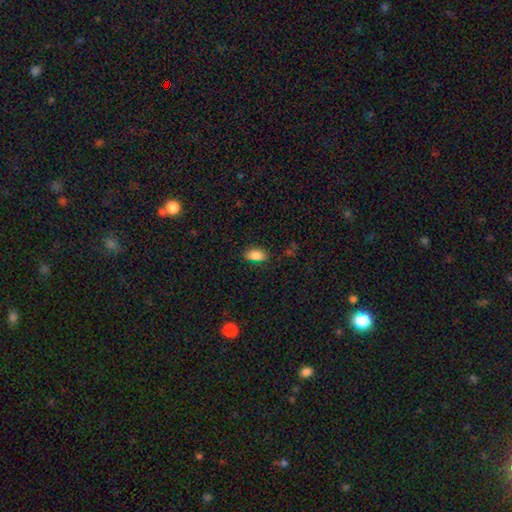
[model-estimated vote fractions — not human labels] Overall: smooth (85%). How rounded: in between (91%). Merging: none (81%).